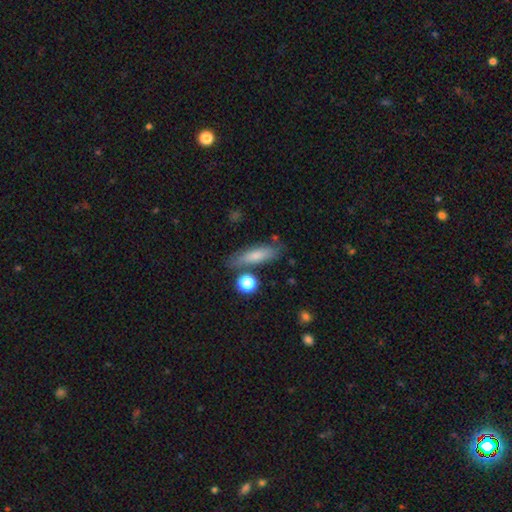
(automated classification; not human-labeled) Q: Smooth or featured?
A: smooth (73%); runner-up: featured or disk (19%)
Q: How rounded?
A: cigar-shaped (59%); runner-up: in between (37%)
Q: Merging?
A: none (71%); runner-up: minor disturbance (17%)